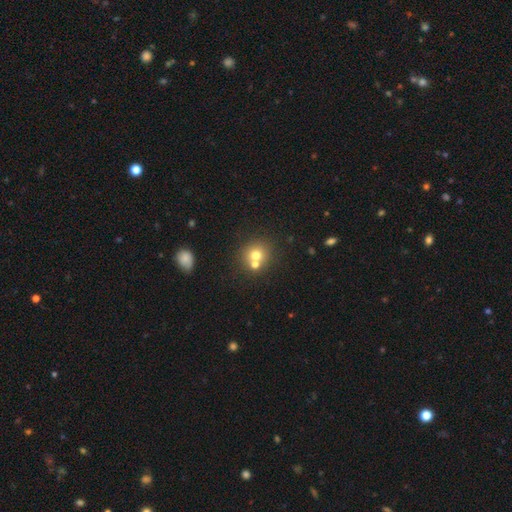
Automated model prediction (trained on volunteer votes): Smooth or featured? smooth (69%)
How rounded? round (86%)
Merging? none (54%)